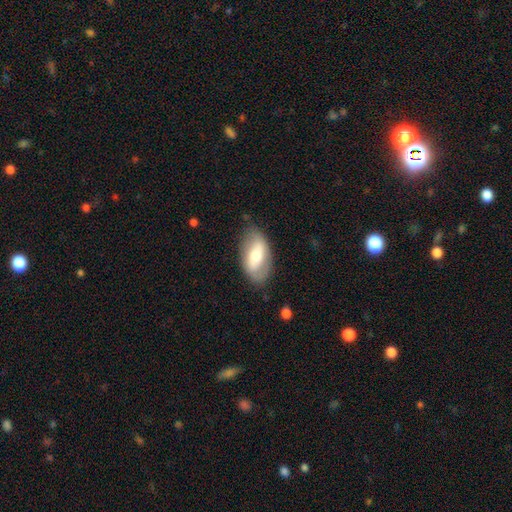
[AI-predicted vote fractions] The model was most divided on "smooth or featured": smooth: 50%, featured or disk: 44%, star or artifact: 6%. More confident: merging — none (75%).